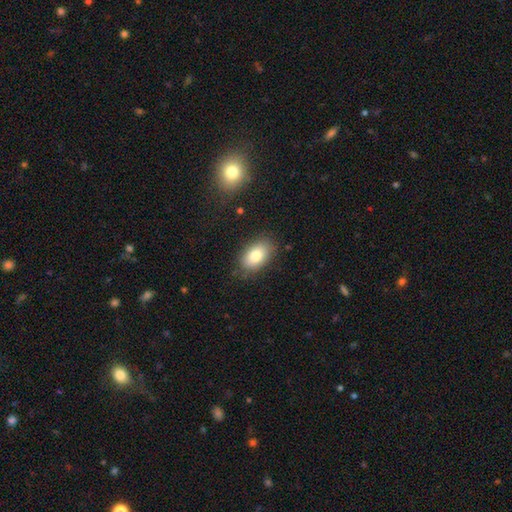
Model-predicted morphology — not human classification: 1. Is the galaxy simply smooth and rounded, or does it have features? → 81% smooth, 11% featured or disk, 8% star or artifact.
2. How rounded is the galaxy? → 91% in between, 8% round, 1% cigar-shaped.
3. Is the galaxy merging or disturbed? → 82% none, 13% minor disturbance, 3% major disturbance, 1% merger.